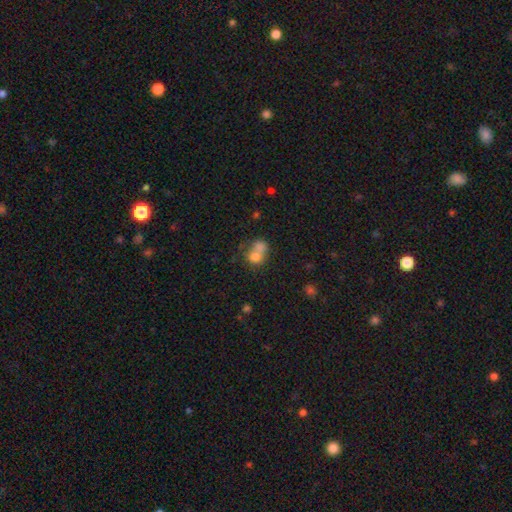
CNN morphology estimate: This is likely a smooth galaxy (72%). How rounded: likely round (61%). Merging: likely merger (65%).